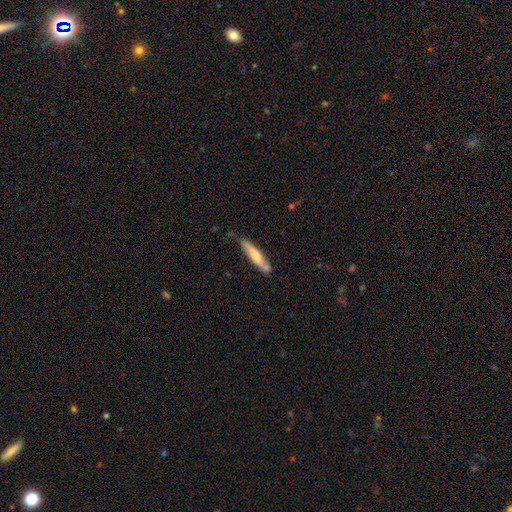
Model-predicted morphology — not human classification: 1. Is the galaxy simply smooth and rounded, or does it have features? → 59% smooth, 36% featured or disk, 5% star or artifact.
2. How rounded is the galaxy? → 87% cigar-shaped, 12% in between, 1% round.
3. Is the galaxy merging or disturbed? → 76% none, 17% minor disturbance, 4% merger, 3% major disturbance.